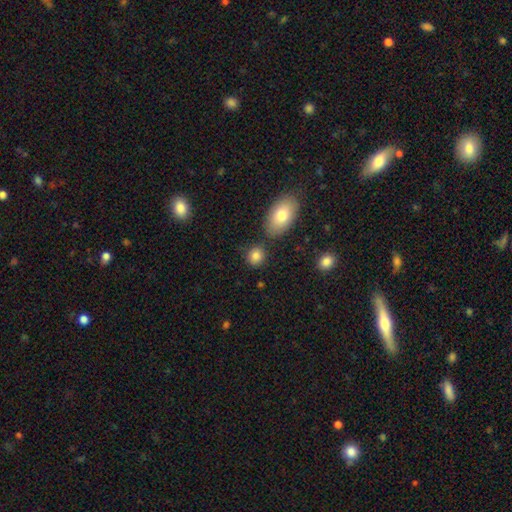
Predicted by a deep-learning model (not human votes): A smooth galaxy with no disk features (84%) that is round (70%). Merging: none (77%).